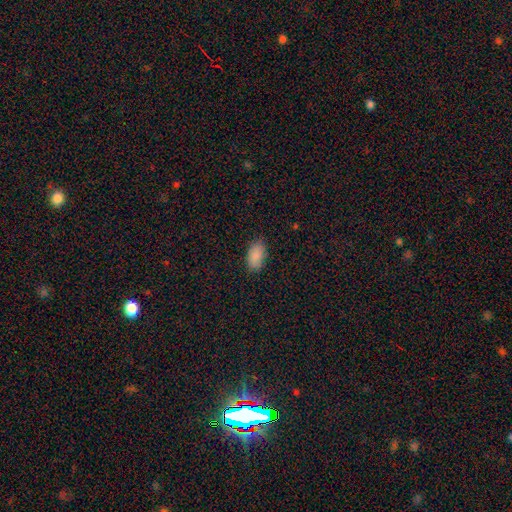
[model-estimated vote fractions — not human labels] Morphology: type=smooth (89%); roundness=in between (94%); merging=none (86%).